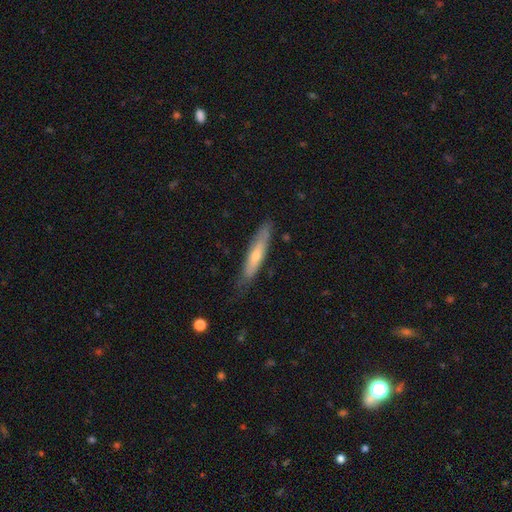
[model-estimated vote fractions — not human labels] This appears to be a smooth galaxy with no disk features (50%) that is cigar-shaped (87%). Merging: none (75%).